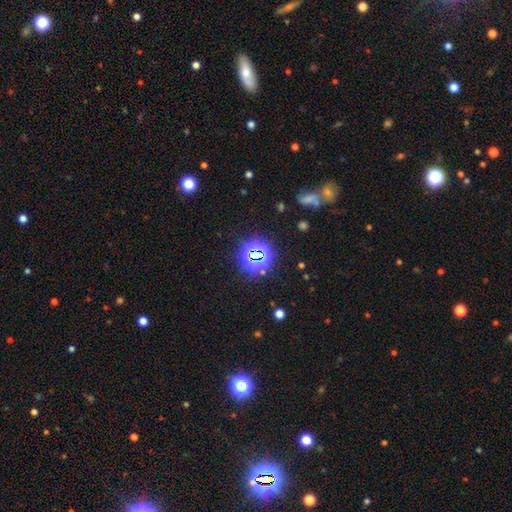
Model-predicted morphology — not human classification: smooth_or_featured: star or artifact (p=0.75) [alt: smooth p=0.17]